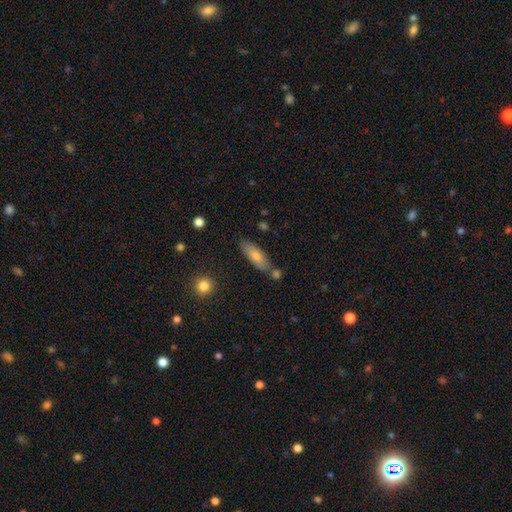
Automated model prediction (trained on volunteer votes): Smooth or featured: smooth — 68% (featured or disk — 24%)
How rounded: in between — 55% (cigar-shaped — 43%)
Merging: none — 71% (minor disturbance — 15%)